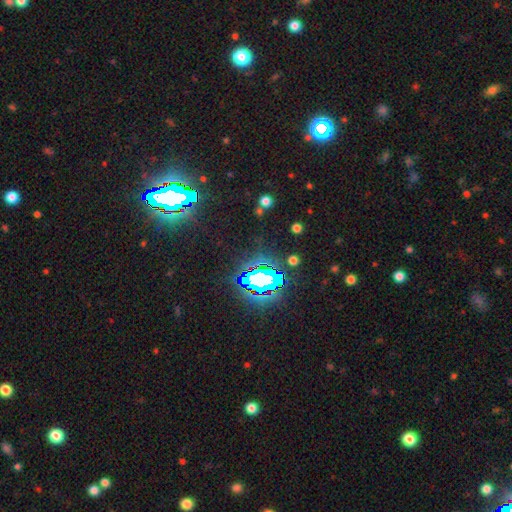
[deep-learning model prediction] Overall: star or artifact (80%).